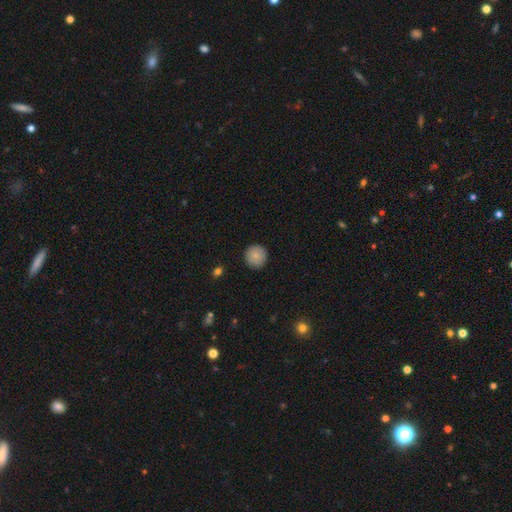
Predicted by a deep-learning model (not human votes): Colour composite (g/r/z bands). It shows a smooth galaxy with no disk features (86%) that is round (95%). Merging: none (91%).